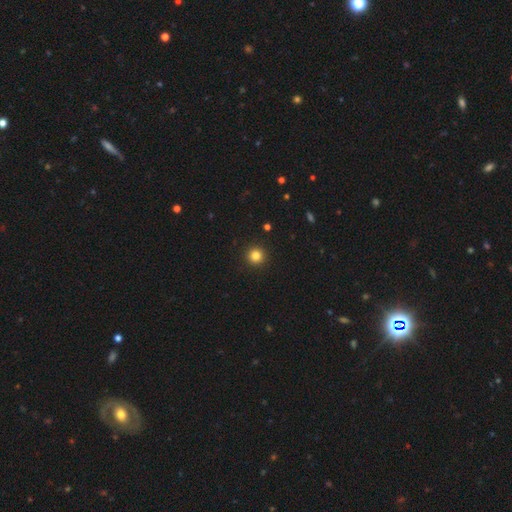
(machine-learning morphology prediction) This appears to be a smooth galaxy with no disk features (83%) that is round (96%). Merging: none (93%).